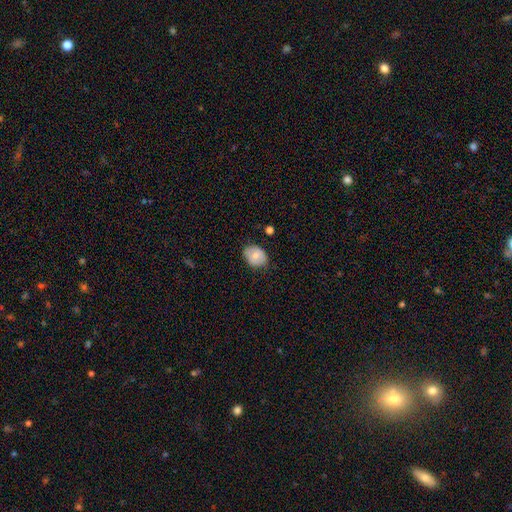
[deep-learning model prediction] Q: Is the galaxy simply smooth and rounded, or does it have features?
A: smooth — 74%.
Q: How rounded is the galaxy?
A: in between — 59%.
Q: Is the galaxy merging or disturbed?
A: none — 77%.